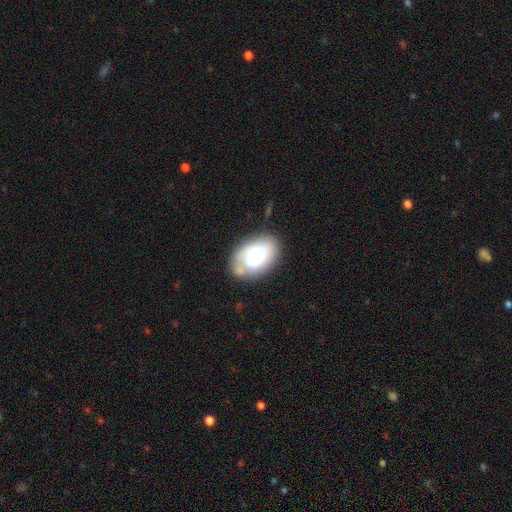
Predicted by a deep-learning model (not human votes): Q: Smooth or featured?
A: smooth (56%); runner-up: featured or disk (37%)
Q: How rounded?
A: in between (87%); runner-up: round (12%)
Q: Merging?
A: none (59%); runner-up: minor disturbance (23%)